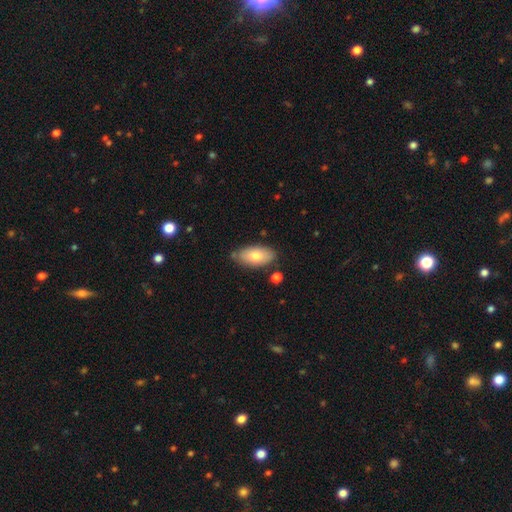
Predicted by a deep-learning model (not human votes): Morphology: type=smooth (75%); roundness=in between (92%); merging=none (78%).